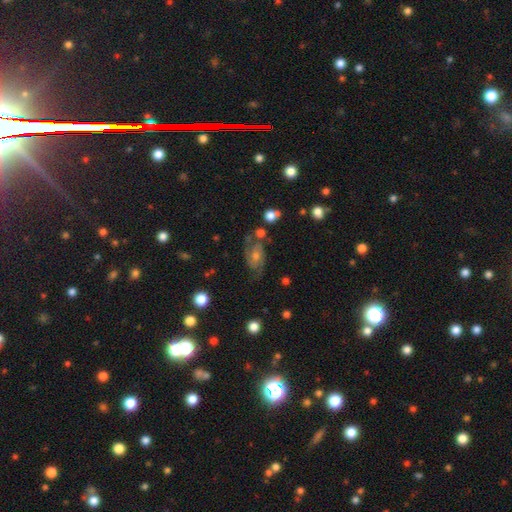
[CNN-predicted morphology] Q: Smooth or featured?
A: featured or disk (71%); runner-up: smooth (17%)
Q: Edge-on disk?
A: no (95%); runner-up: yes (5%)
Q: Bar?
A: no (69%); runner-up: weak (26%)
Q: Spiral arms?
A: yes (92%); runner-up: no (8%)
Q: Spiral winding?
A: medium (46%); runner-up: tight (36%)
Q: Spiral arm count?
A: 2 (72%); runner-up: can't tell (14%)
Q: Bulge size?
A: moderate (52%); runner-up: small (38%)
Q: Merging?
A: none (66%); runner-up: minor disturbance (19%)